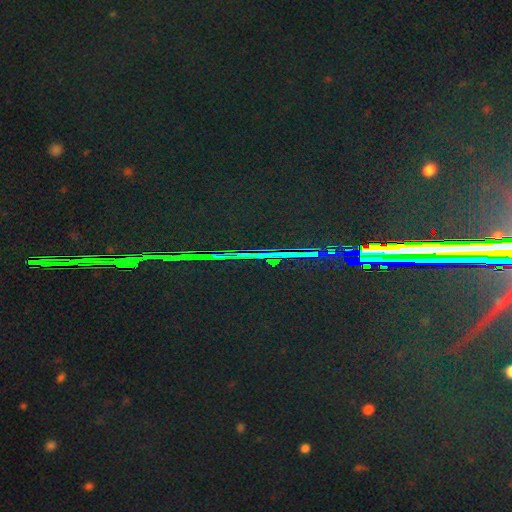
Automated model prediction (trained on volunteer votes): smooth-or-featured: star or artifact: 88% | featured or disk: 6% | smooth: 6%